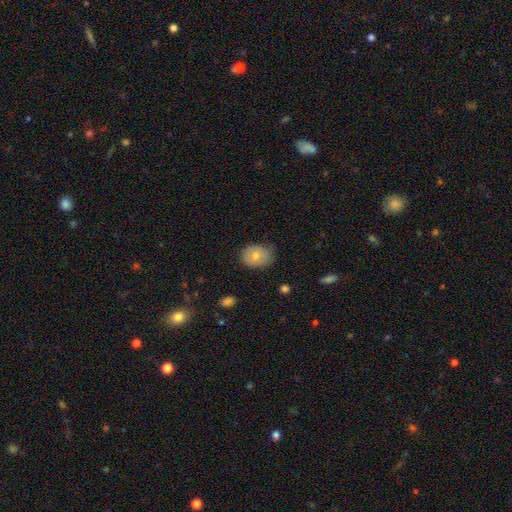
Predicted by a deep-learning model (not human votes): Smooth or featured: smooth — 75% (featured or disk — 17%)
How rounded: in between — 58% (round — 41%)
Merging: none — 66% (minor disturbance — 27%)